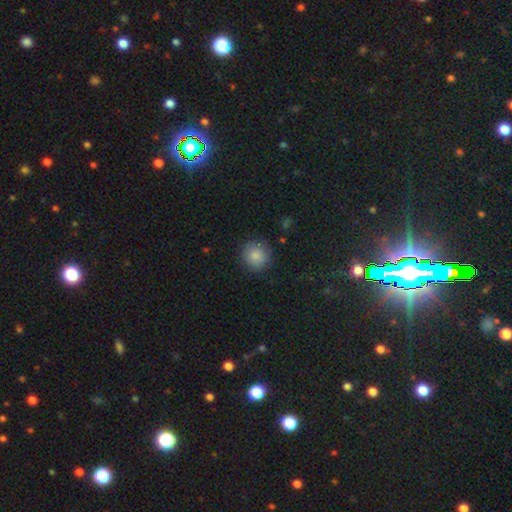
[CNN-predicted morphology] The model was most divided on "merging": none: 84%, minor disturbance: 11%, major disturbance: 3%, merger: 1%. More confident: how rounded — round (92%); smooth or featured — smooth (85%).